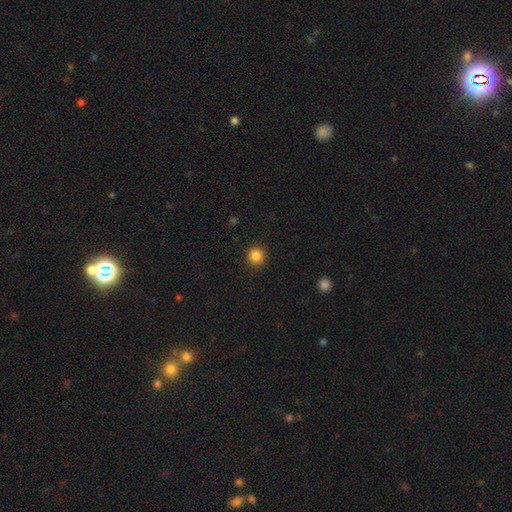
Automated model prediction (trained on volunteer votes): A smooth galaxy with no disk features (86%) that is round (95%). Merging: none (92%).